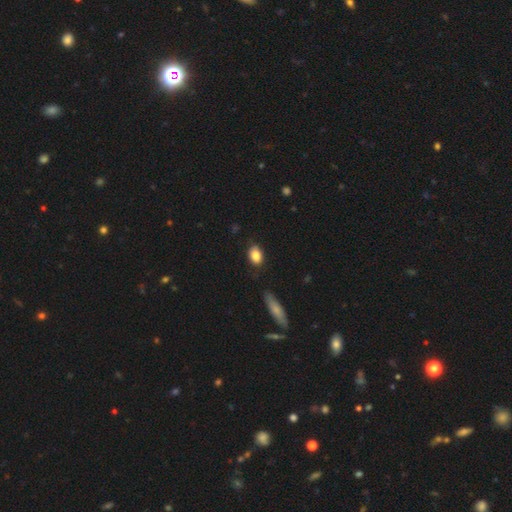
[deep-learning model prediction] smooth-or-featured: smooth: 84% | star or artifact: 8% | featured or disk: 8%
  how-rounded: in between: 75% | round: 23% | cigar-shaped: 2%
  merging: none: 79% | minor disturbance: 16% | major disturbance: 3% | merger: 2%